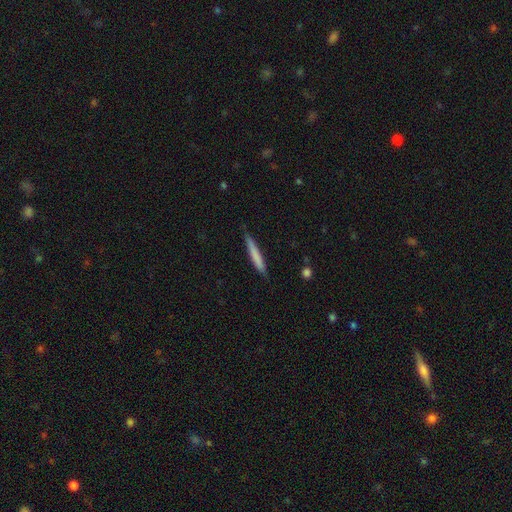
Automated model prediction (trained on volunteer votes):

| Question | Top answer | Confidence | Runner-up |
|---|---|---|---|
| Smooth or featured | smooth | 71% | featured or disk (24%) |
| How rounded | cigar-shaped | 95% | in between (4%) |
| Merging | none | 84% | minor disturbance (13%) |